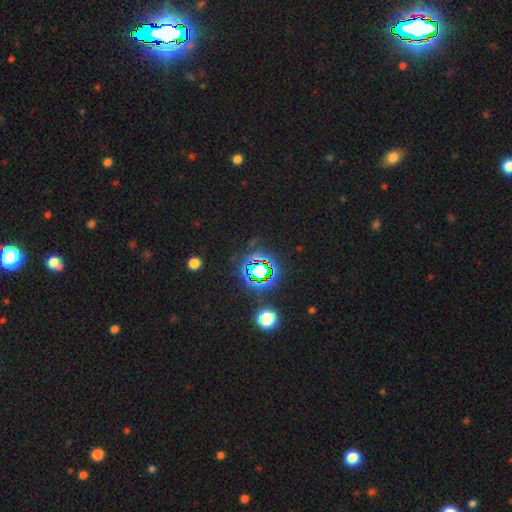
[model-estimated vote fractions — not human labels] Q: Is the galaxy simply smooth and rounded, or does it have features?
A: star or artifact — 77%.